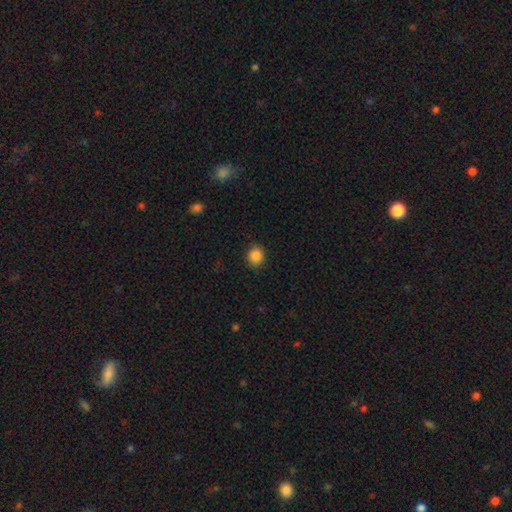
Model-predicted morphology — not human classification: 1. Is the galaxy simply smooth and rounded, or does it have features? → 86% smooth, 10% star or artifact, 4% featured or disk.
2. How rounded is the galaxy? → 81% round, 18% in between, 1% cigar-shaped.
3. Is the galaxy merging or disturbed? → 89% none, 8% minor disturbance, 2% major disturbance, 1% merger.